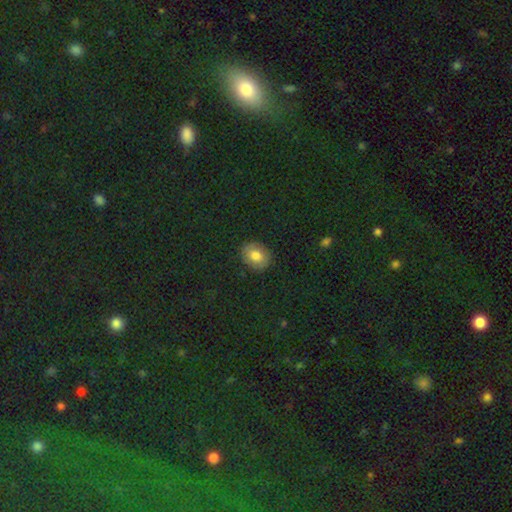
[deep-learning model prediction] Smooth or featured? smooth (73%)
How rounded? round (50%)
Merging? none (86%)